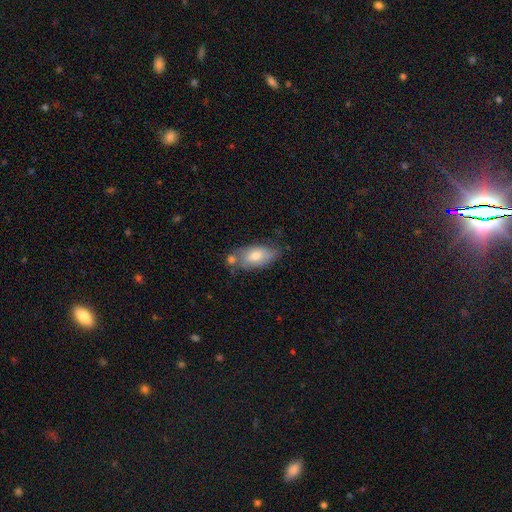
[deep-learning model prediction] A smooth galaxy with no disk features (65%) that is in between round and cigar-shaped (88%).

Vote fractions:
- Smooth or featured? smooth: 65% / featured or disk: 28% / star or artifact: 7%
- How rounded? in between: 88% / cigar-shaped: 7% / round: 5%
- Merging? none: 51% / minor disturbance: 23% / merger: 18% / major disturbance: 7%